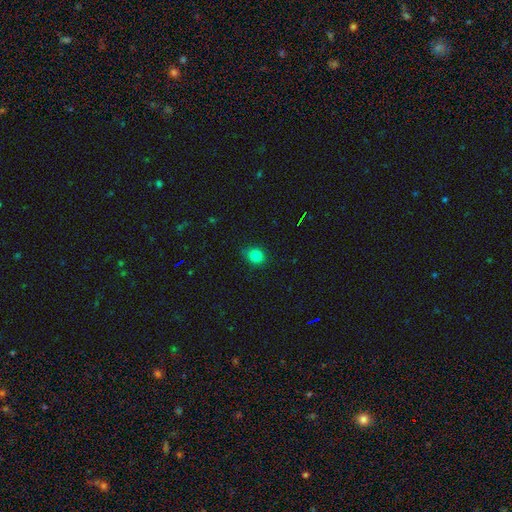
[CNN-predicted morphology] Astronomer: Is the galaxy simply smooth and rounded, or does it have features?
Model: smooth — 82%.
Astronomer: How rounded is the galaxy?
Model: round — 73%.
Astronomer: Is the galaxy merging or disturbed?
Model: none — 77%.